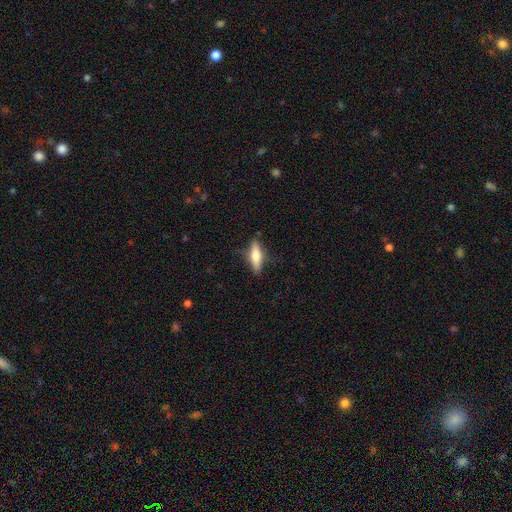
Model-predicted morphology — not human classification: type=smooth (58%); roundness=cigar-shaped (52%); merging=none (79%).